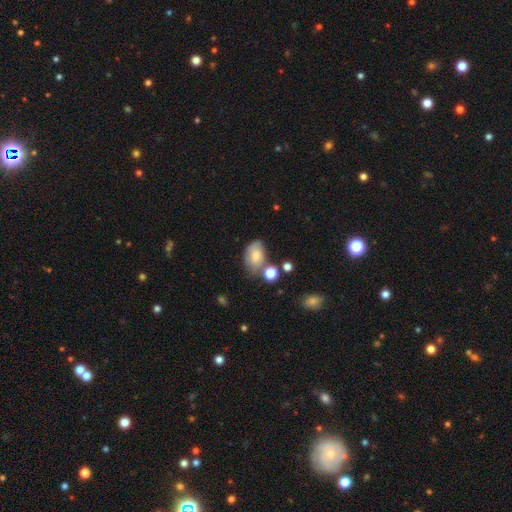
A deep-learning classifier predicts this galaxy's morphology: Smooth or featured? smooth (74%)
How rounded? in between (85%)
Merging? none (46%)